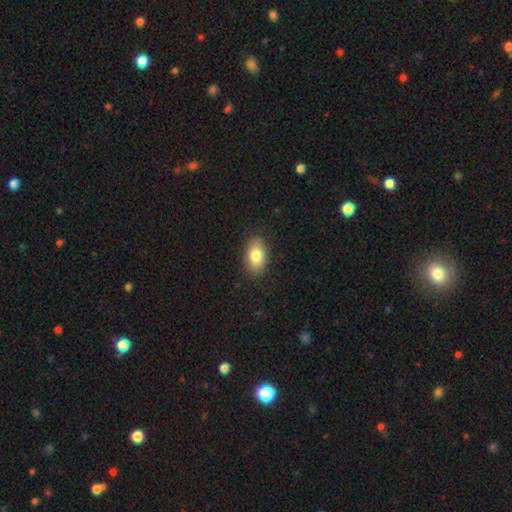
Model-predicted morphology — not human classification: Smooth or featured: smooth — 83% (featured or disk — 10%)
How rounded: in between — 89% (round — 9%)
Merging: none — 86% (minor disturbance — 10%)